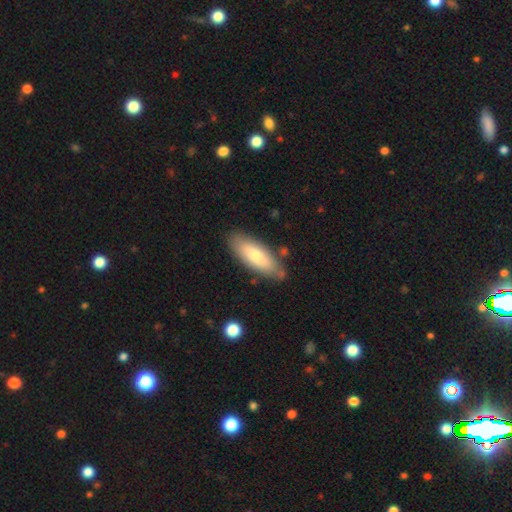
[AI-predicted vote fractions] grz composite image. It shows a smooth galaxy with no disk features (70%) that is in between round and cigar-shaped (71%). Merging: none (78%).